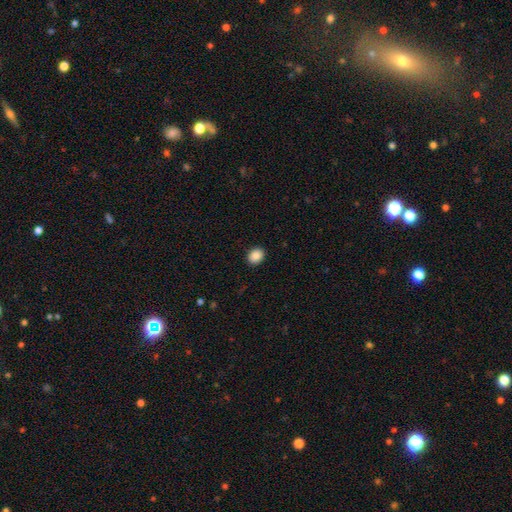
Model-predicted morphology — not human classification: Smooth or featured? smooth (89%)
How rounded? round (52%)
Merging? none (91%)